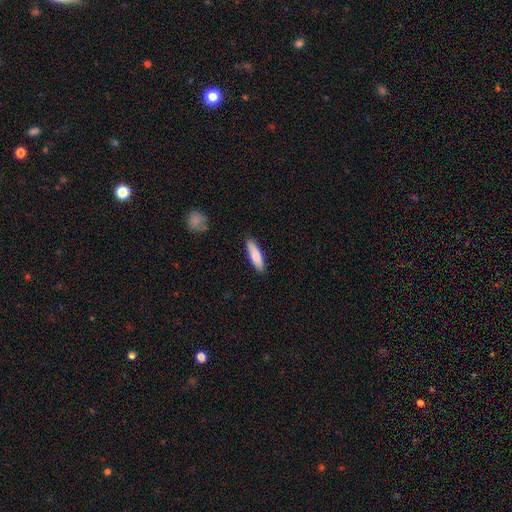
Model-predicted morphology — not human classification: The model was most divided on "how rounded": cigar-shaped: 64%, in between: 35%, round: 1%. More confident: merging — none (86%); smooth or featured — smooth (83%).